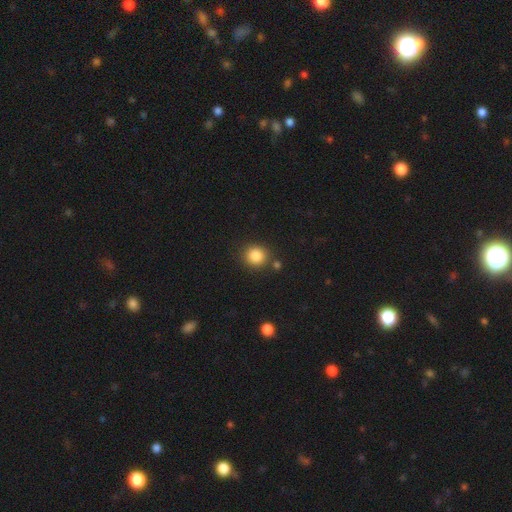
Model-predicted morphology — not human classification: This appears to be a smooth galaxy with no disk features (86%) that is round (87%). Merging: none (82%).